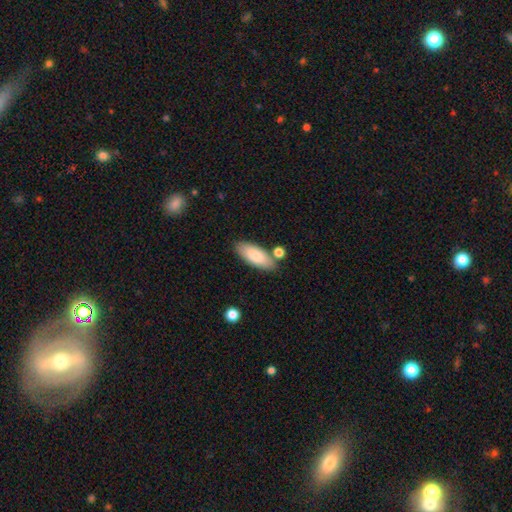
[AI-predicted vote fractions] The model was most divided on "how rounded": in between: 77%, cigar-shaped: 21%, round: 2%. More confident: smooth or featured — smooth (82%); merging — none (76%).